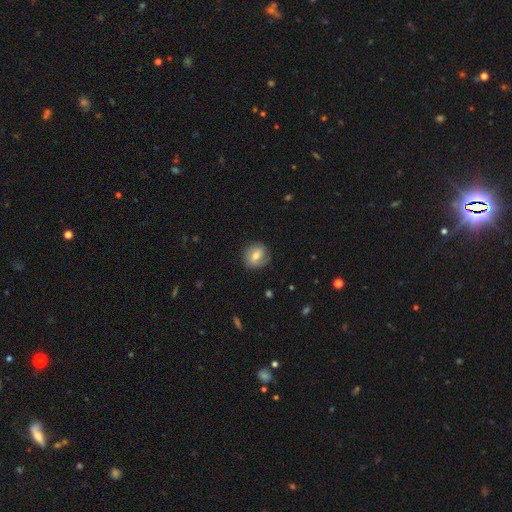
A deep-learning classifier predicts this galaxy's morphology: This appears to be a smooth galaxy with no disk features (56%) that is round (76%). Merging: none (79%).